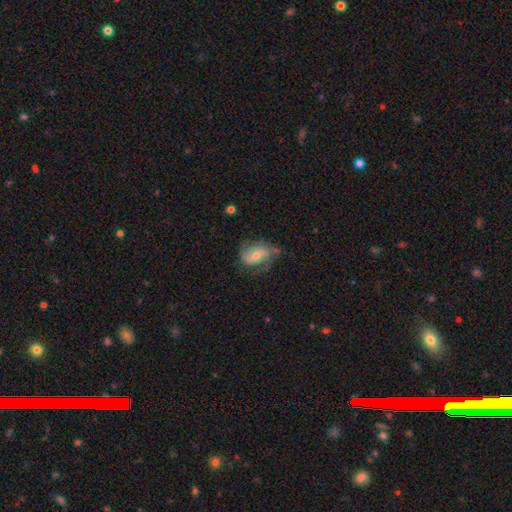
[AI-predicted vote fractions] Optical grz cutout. It shows a featured or disk galaxy (57%) with no bar (60%), spiral arms (80%) and a moderate central bulge (48%). Merging: none (53%).